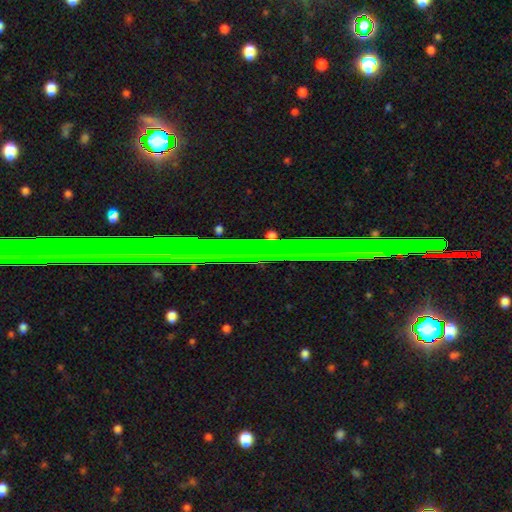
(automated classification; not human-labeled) Smooth or featured?
  - star or artifact: 74% *
  - featured or disk: 16%
  - smooth: 9%